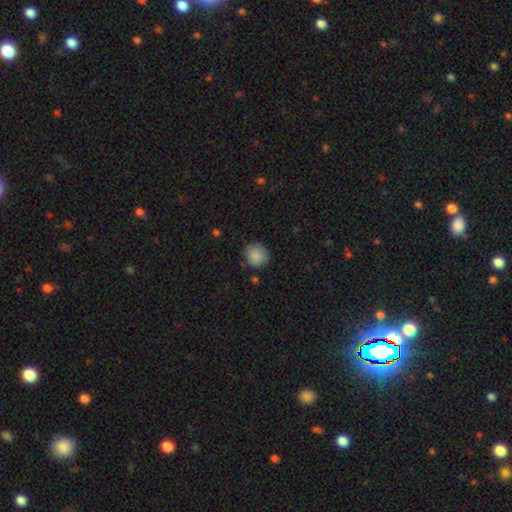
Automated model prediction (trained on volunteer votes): A smooth galaxy with no disk features (86%) that is round (87%).

Vote fractions:
- Smooth or featured? smooth: 86% / star or artifact: 8% / featured or disk: 6%
- How rounded? round: 87% / in between: 12% / cigar-shaped: 1%
- Merging? none: 75% / minor disturbance: 18% / major disturbance: 4% / merger: 2%